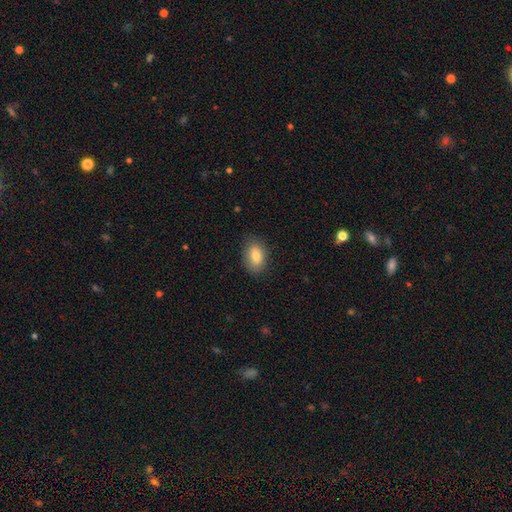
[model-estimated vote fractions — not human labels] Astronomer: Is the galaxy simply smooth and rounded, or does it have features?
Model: smooth — 81%.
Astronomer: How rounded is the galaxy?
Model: in between — 87%.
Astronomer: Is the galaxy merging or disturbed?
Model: none — 83%.